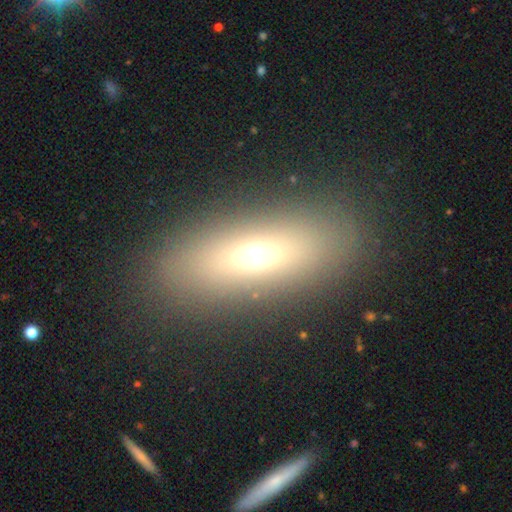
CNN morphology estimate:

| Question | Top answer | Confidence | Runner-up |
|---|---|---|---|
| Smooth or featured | smooth | 62% | featured or disk (25%) |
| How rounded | in between | 67% | cigar-shaped (28%) |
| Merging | none | 85% | minor disturbance (8%) |